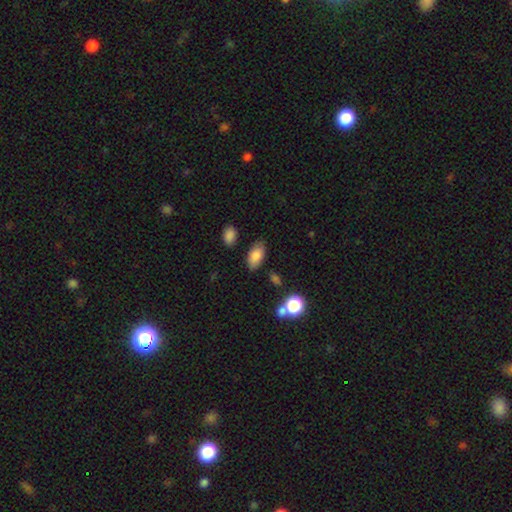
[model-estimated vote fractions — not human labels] smooth_or_featured: smooth (p=0.83) [alt: featured or disk p=0.09]
how_rounded: in between (p=0.93) [alt: round p=0.04]
merging: none (p=0.81) [alt: minor disturbance p=0.12]